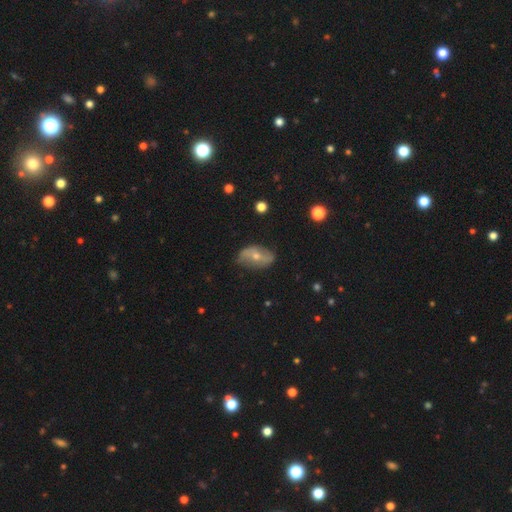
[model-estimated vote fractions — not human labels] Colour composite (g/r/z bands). It shows a featured or disk galaxy (63%) with no bar (44%), spiral arms (70%) and a small central bulge (51%). Merging: none (68%).